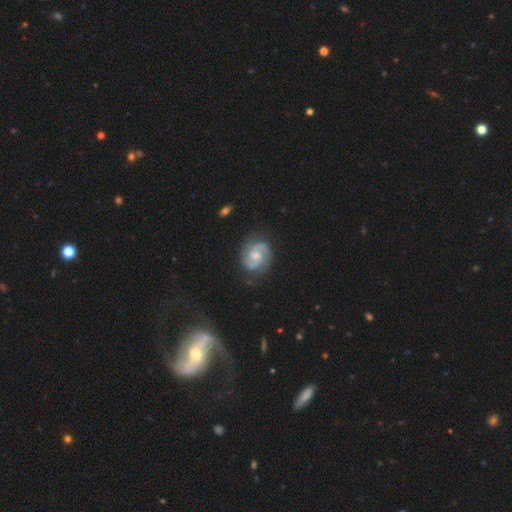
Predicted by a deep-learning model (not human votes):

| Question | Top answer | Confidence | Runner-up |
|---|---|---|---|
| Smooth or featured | featured or disk | 83% | smooth (12%) |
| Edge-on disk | no | 98% | yes (2%) |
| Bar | no | 50% | weak (43%) |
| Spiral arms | yes | 97% | no (3%) |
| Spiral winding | medium | 54% | tight (29%) |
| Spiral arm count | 2 | 91% | can't tell (4%) |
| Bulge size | moderate | 54% | small (37%) |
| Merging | none | 78% | minor disturbance (16%) |